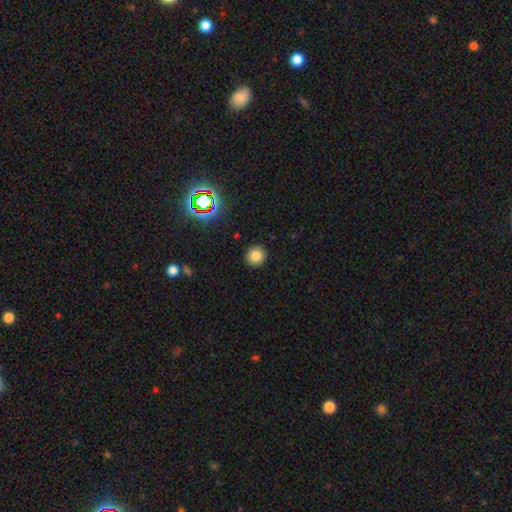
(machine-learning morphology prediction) type=smooth (80%); roundness=round (92%); merging=none (92%).